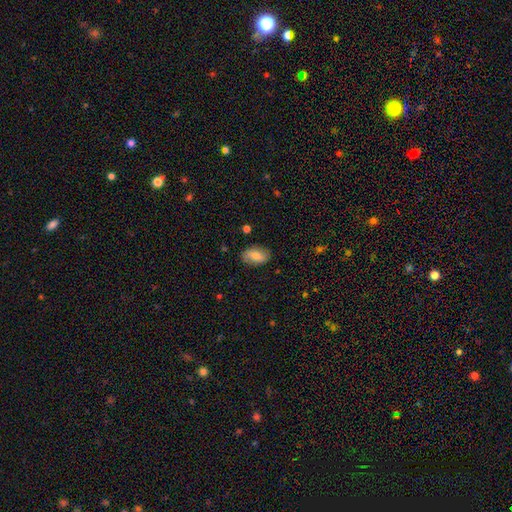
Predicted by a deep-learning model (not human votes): smooth-or-featured: smooth: 69% | featured or disk: 23% | star or artifact: 7%
  how-rounded: in between: 89% | round: 9% | cigar-shaped: 2%
  merging: none: 82% | minor disturbance: 13% | major disturbance: 3% | merger: 1%